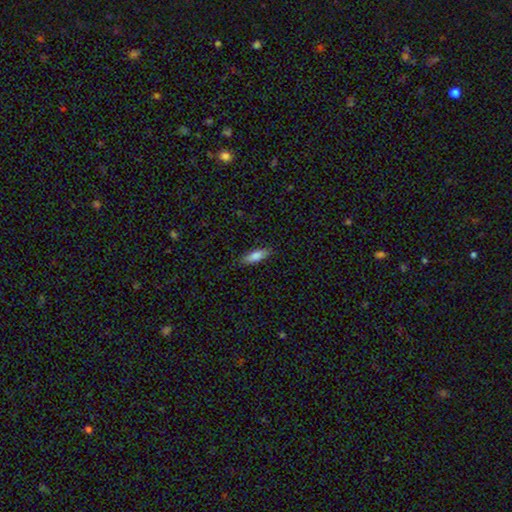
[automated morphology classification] smooth 82%, featured or disk 12%, star or artifact 7%. Down the decision tree: how rounded — in between (54%); merging — none (85%).